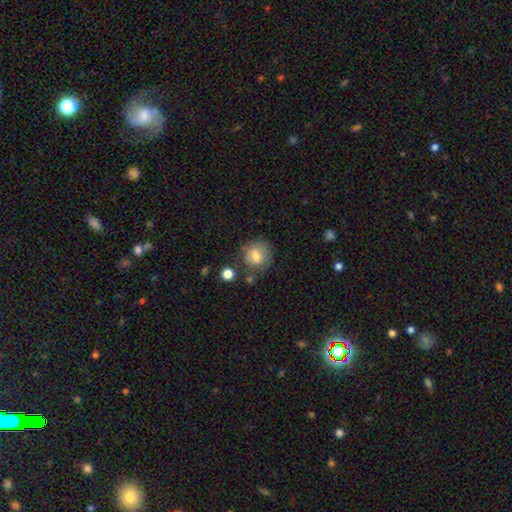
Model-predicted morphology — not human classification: Smooth or featured?
  - smooth: 69% *
  - featured or disk: 21%
  - star or artifact: 9%
How rounded?
  - round: 81% *
  - in between: 18%
  - cigar-shaped: 1%
Merging?
  - none: 63% *
  - minor disturbance: 21%
  - major disturbance: 8%
  - merger: 8%